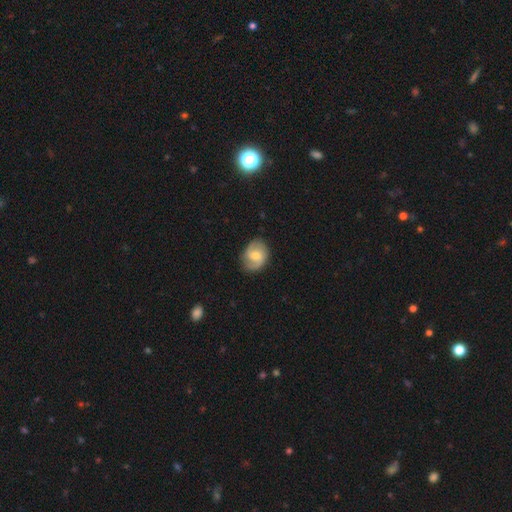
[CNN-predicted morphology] This appears to be a featured or disk galaxy (62%) with a weak bar (48%), 2 (81%) medium (45%) spiral arms (89%) and a moderate central bulge (60%). Merging: none (77%).